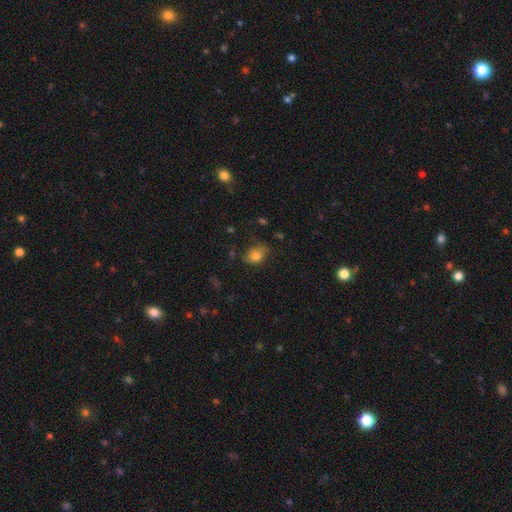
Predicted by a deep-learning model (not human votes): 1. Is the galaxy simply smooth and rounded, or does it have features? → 79% smooth, 10% featured or disk, 10% star or artifact.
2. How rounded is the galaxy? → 66% in between, 32% round, 1% cigar-shaped.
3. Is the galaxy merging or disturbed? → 58% none, 30% minor disturbance, 10% major disturbance, 2% merger.